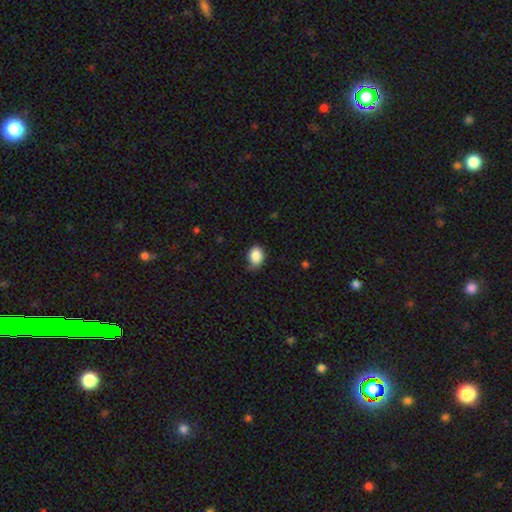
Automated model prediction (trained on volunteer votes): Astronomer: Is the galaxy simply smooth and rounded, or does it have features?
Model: smooth — 87%.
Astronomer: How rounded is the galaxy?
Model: in between — 65%.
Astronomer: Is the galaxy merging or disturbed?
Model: none — 65%.